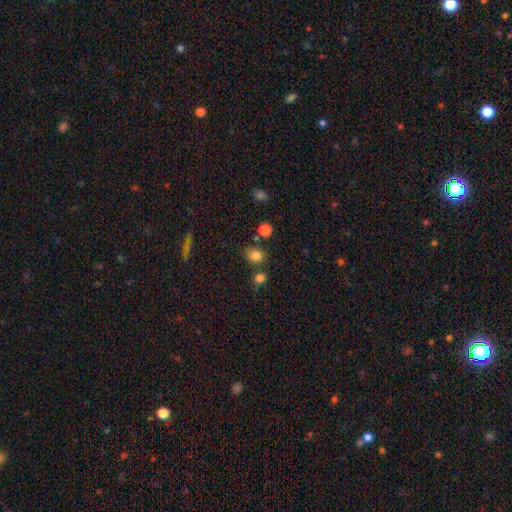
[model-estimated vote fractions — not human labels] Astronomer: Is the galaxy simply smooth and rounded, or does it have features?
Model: smooth — 81%.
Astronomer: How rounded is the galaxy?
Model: round — 60% (runner-up: in between, 39%).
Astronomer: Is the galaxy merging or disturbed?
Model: none — 73%.